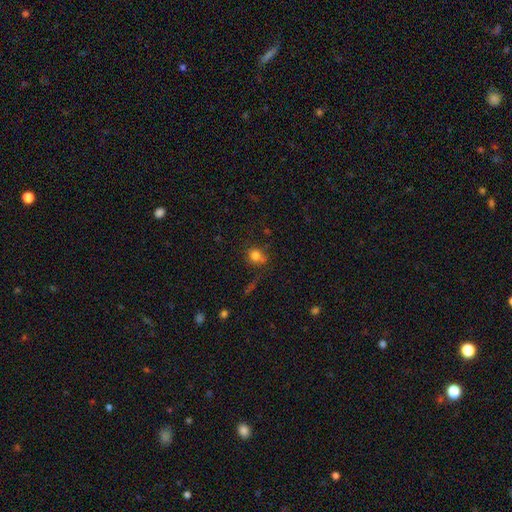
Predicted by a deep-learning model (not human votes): smooth 79%, star or artifact 13%, featured or disk 8%. Down the decision tree: how rounded — round (76%); merging — none (61%).